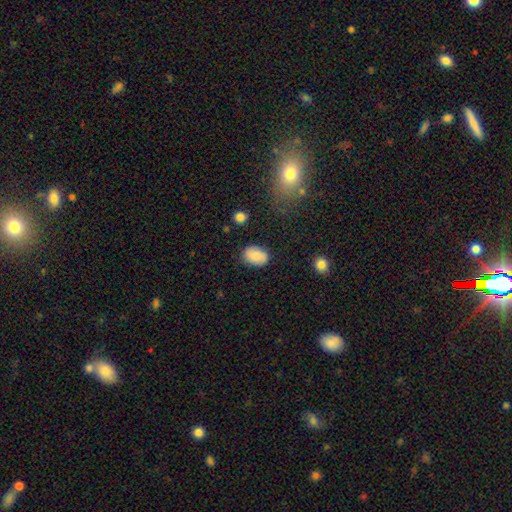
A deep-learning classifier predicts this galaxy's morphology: Overall: smooth (80%). How rounded: in between (80%). Merging: none (80%).